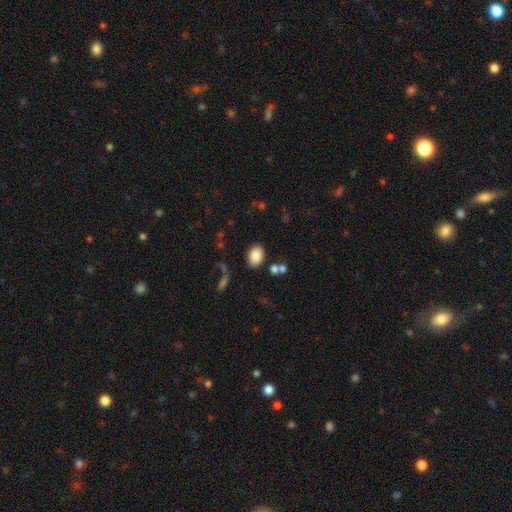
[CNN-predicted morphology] smooth_or_featured: smooth (p=0.85) [alt: star or artifact p=0.09]
how_rounded: in between (p=0.77) [alt: round p=0.22]
merging: none (p=0.81) [alt: minor disturbance p=0.10]